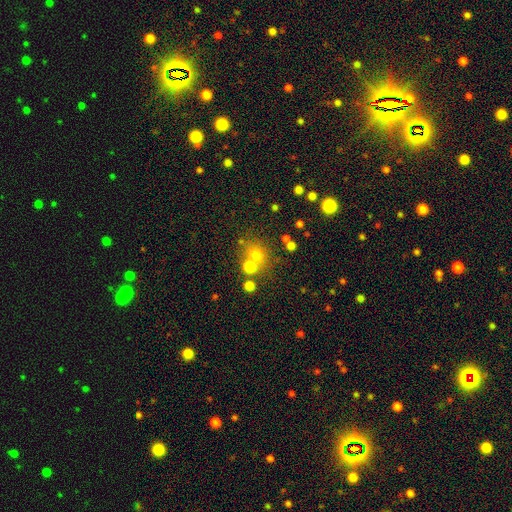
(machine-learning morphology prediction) smooth 69%, star or artifact 19%, featured or disk 13%. Down the decision tree: how rounded — round (79%); merging — none (58%).